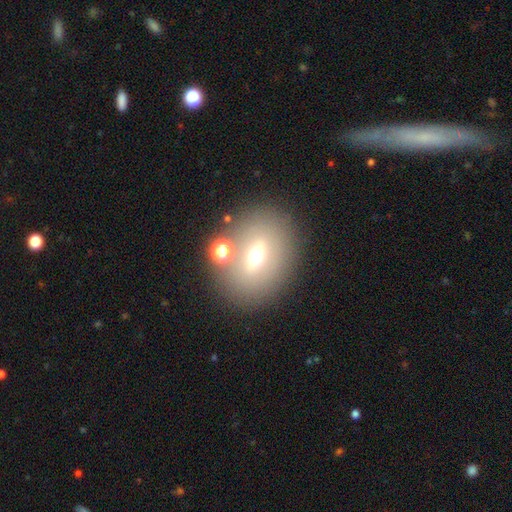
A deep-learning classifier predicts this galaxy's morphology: Smooth or featured?
  - smooth: 51% *
  - featured or disk: 34%
  - star or artifact: 15%
How rounded?
  - in between: 66% *
  - round: 31%
  - cigar-shaped: 3%
Merging?
  - none: 74% *
  - minor disturbance: 11%
  - merger: 9%
  - major disturbance: 6%